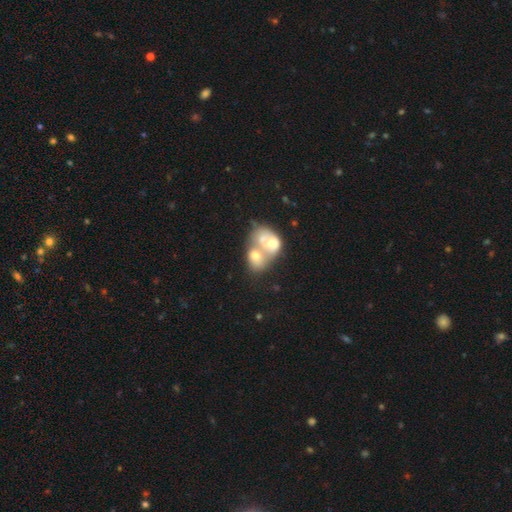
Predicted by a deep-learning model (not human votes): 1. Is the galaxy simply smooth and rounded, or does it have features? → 54% smooth, 38% featured or disk, 8% star or artifact.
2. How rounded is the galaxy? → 66% in between, 33% round, 1% cigar-shaped.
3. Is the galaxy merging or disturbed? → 80% merger, 9% none, 6% major disturbance, 5% minor disturbance.